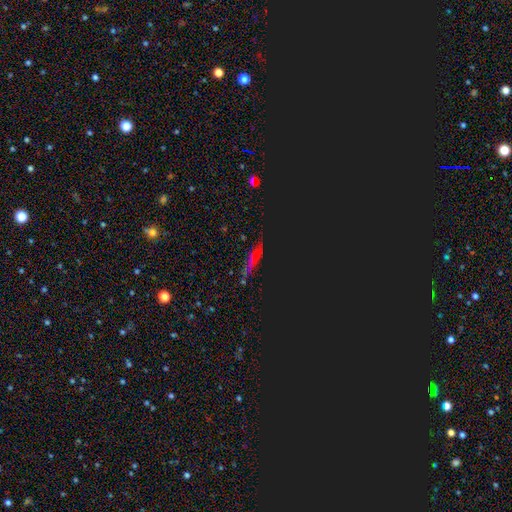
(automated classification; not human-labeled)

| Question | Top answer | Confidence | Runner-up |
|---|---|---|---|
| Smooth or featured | star or artifact | 53% | smooth (31%) |